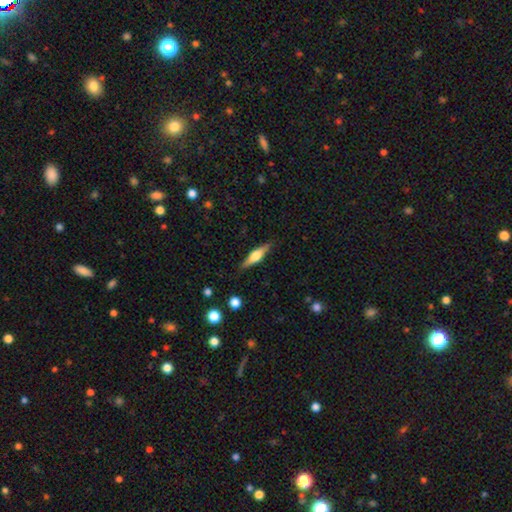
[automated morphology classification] Q: Smooth or featured?
A: featured or disk (62%); runner-up: smooth (32%)
Q: Edge-on disk?
A: yes (97%); runner-up: no (3%)
Q: Edge-on bulge?
A: rounded (89%); runner-up: boxy (9%)
Q: Merging?
A: none (88%); runner-up: minor disturbance (9%)